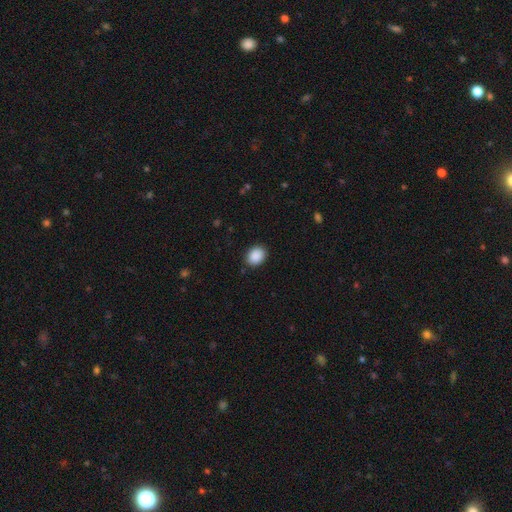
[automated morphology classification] smooth_or_featured: smooth (p=0.90) [alt: star or artifact p=0.08]
how_rounded: in between (p=0.56) [alt: round p=0.43]
merging: none (p=0.87) [alt: minor disturbance p=0.10]